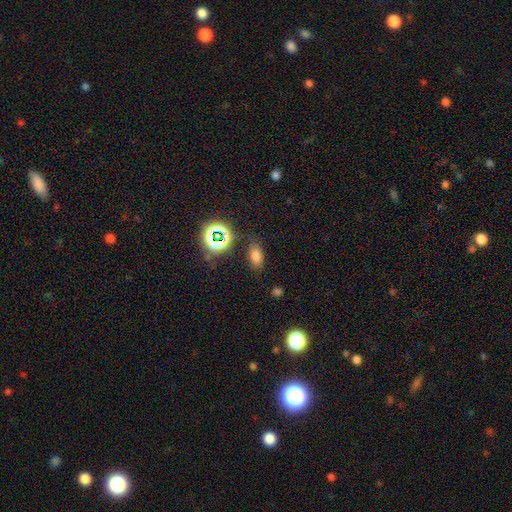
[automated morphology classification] Smooth or featured?
  - smooth: 69% *
  - star or artifact: 23%
  - featured or disk: 8%
How rounded?
  - in between: 86% *
  - round: 9%
  - cigar-shaped: 5%
Merging?
  - none: 79% *
  - minor disturbance: 13%
  - major disturbance: 4%
  - merger: 3%